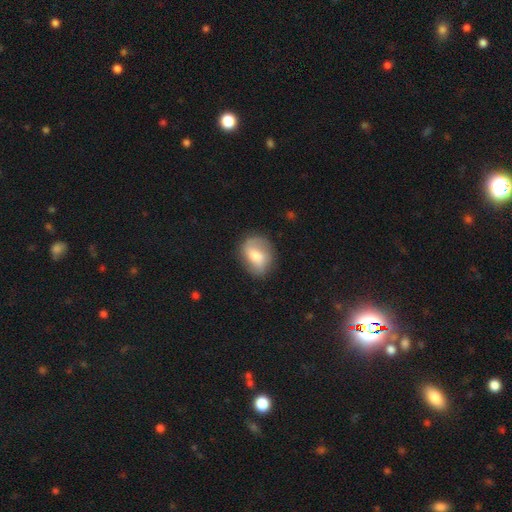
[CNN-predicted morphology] Smooth or featured? featured or disk (48%)
Merging? none (76%)